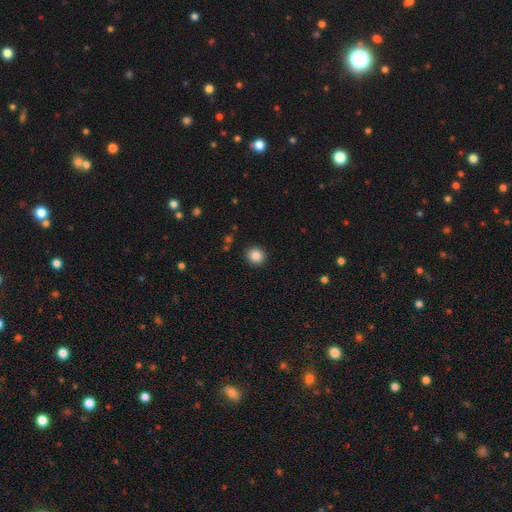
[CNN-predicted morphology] type=smooth (86%); roundness=round (88%); merging=none (91%).